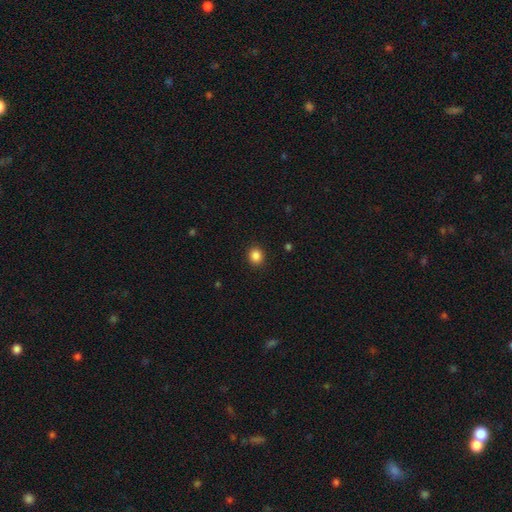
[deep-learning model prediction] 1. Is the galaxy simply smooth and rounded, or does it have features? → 86% smooth, 11% star or artifact, 3% featured or disk.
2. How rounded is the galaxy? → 80% round, 19% in between, 1% cigar-shaped.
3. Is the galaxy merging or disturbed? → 91% none, 6% minor disturbance, 2% major disturbance, 1% merger.